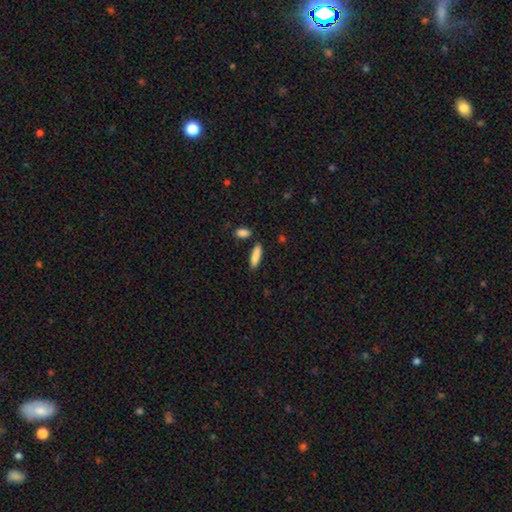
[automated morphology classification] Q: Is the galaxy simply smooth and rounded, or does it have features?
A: smooth — 87%.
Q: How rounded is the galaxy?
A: cigar-shaped — 59%.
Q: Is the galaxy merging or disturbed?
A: none — 84%.